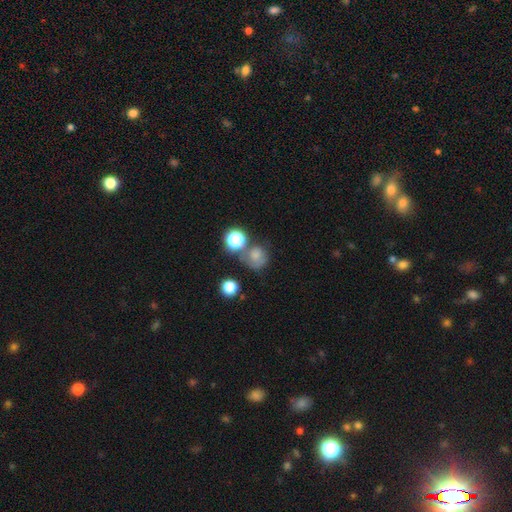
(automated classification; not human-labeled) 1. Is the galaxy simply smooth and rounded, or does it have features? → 67% smooth, 18% star or artifact, 15% featured or disk.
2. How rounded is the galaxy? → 82% round, 17% in between, 1% cigar-shaped.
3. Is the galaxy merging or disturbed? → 48% none, 22% merger, 18% minor disturbance, 13% major disturbance.